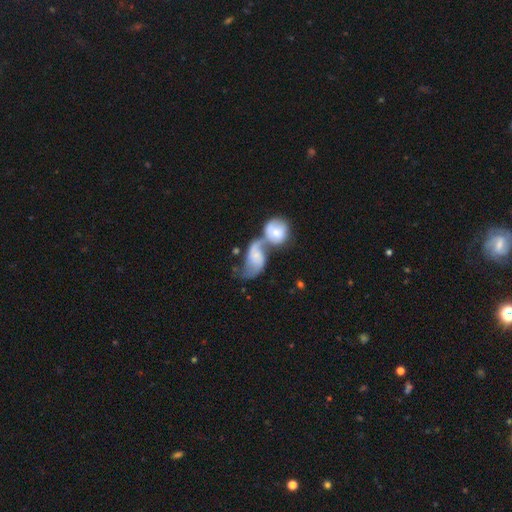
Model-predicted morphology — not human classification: Smooth or featured? Predicted: featured or disk (p=0.58). Edge-on disk? Predicted: no (p=0.96). Bar? Predicted: no (p=0.63). Spiral arms? Predicted: yes (p=0.81). Bulge size? Predicted: small (p=0.44). Merging? Predicted: merger (p=0.72).